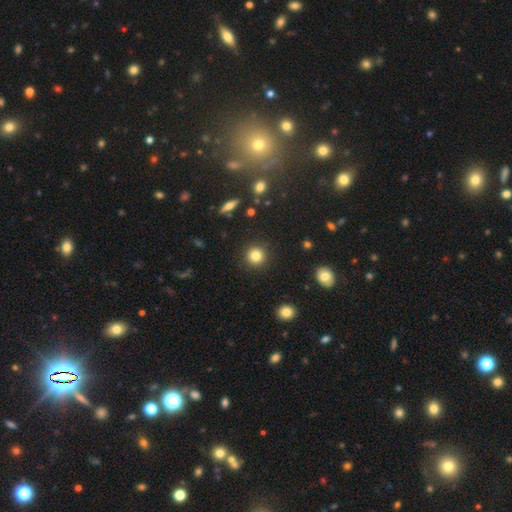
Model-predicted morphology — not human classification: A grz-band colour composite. It shows a smooth galaxy with no disk features (83%) that is round (93%). Merging: none (91%).